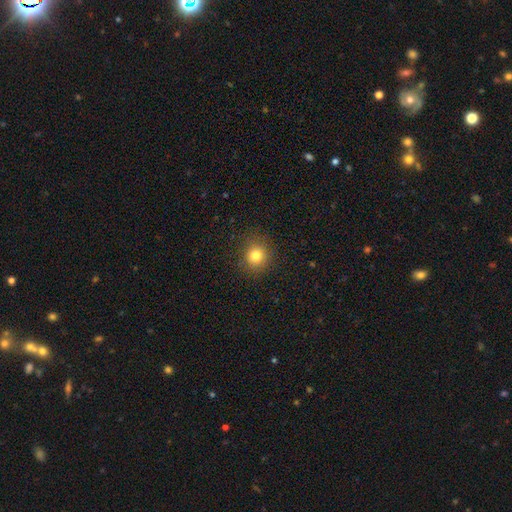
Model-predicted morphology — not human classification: This is likely a smooth galaxy (80%). How rounded: clearly round (89%). Merging: clearly none (90%).